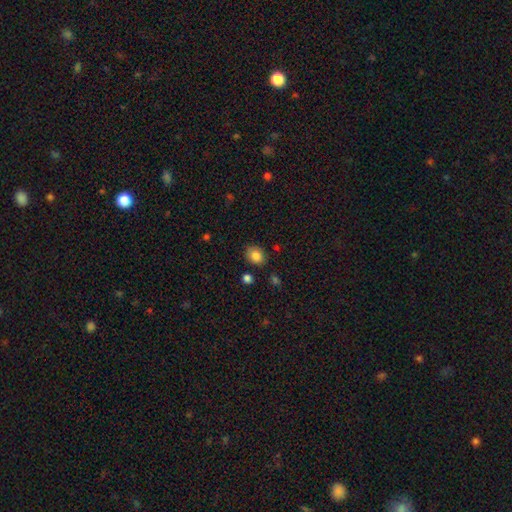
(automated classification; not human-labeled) Q: Smooth or featured?
A: smooth (84%); runner-up: star or artifact (10%)
Q: How rounded?
A: in between (53%); runner-up: round (46%)
Q: Merging?
A: none (82%); runner-up: minor disturbance (12%)